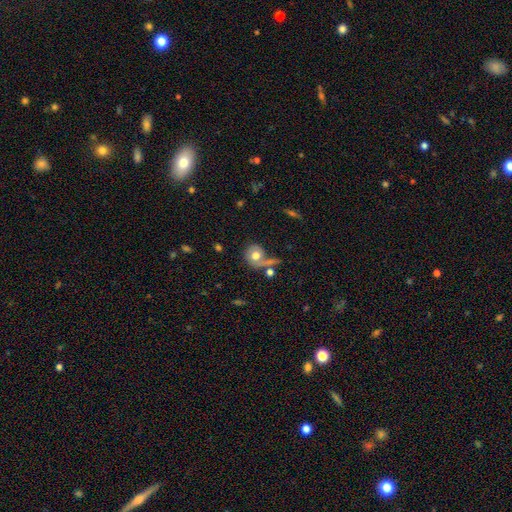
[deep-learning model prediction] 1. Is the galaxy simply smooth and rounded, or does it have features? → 63% smooth, 28% featured or disk, 9% star or artifact.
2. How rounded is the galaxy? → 73% round, 25% in between, 2% cigar-shaped.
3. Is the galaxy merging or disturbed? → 42% none, 23% merger, 17% major disturbance, 17% minor disturbance.